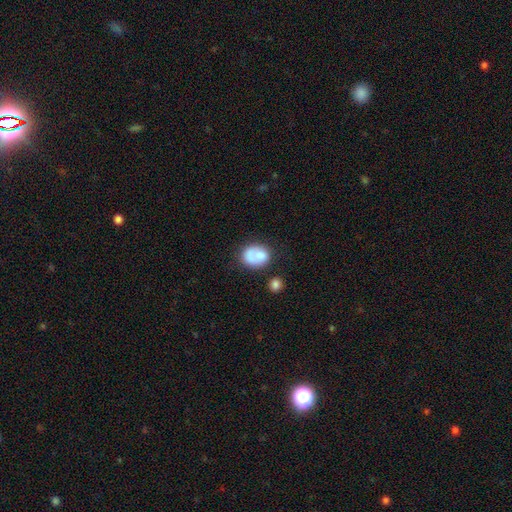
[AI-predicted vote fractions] Q: Smooth or featured?
A: smooth (75%); runner-up: featured or disk (18%)
Q: How rounded?
A: round (57%); runner-up: in between (42%)
Q: Merging?
A: none (48%); runner-up: merger (24%)